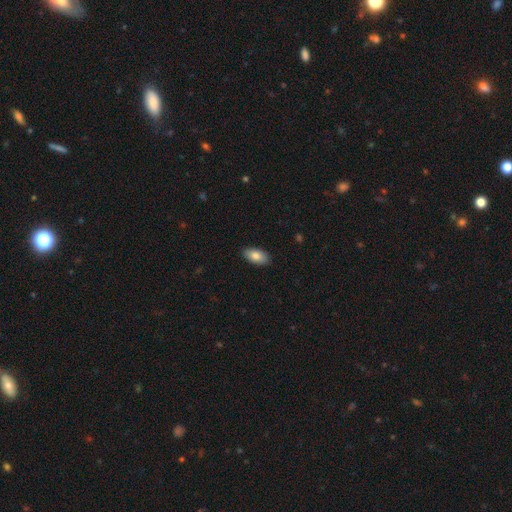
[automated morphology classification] smooth-or-featured: smooth: 82% | featured or disk: 11% | star or artifact: 7%
  how-rounded: in between: 93% | cigar-shaped: 4% | round: 3%
  merging: none: 88% | minor disturbance: 9% | major disturbance: 2% | merger: 1%